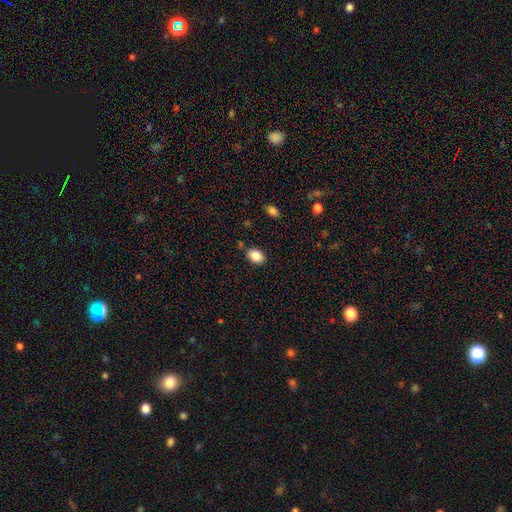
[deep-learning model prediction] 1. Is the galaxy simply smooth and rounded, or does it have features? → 87% smooth, 8% star or artifact, 5% featured or disk.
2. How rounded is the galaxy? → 75% in between, 24% round, 1% cigar-shaped.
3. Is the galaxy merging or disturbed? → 84% none, 10% minor disturbance, 3% merger, 3% major disturbance.